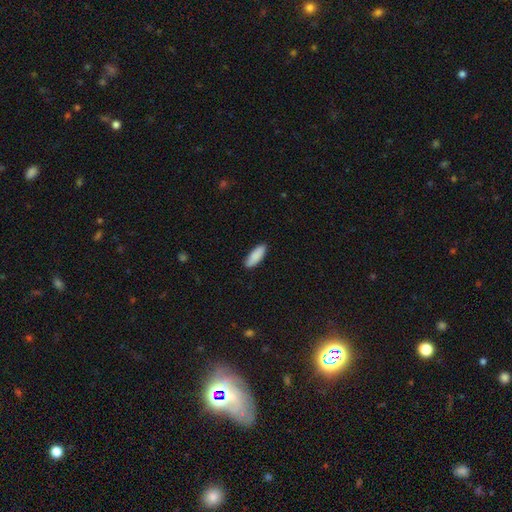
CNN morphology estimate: smooth 90%, star or artifact 6%, featured or disk 5%. Down the decision tree: how rounded — in between (66%); merging — none (88%).